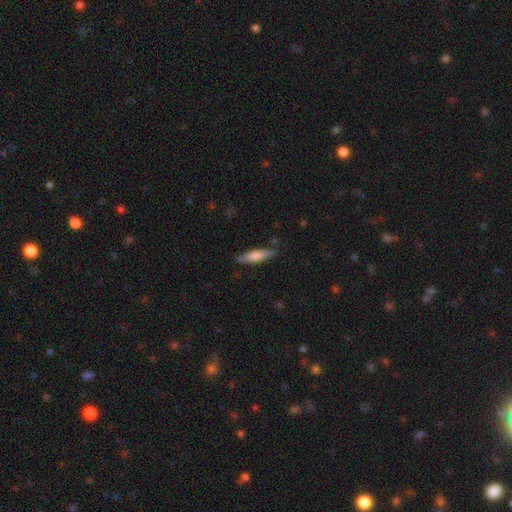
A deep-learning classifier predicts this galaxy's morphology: smooth 63%, featured or disk 32%, star or artifact 6%. Down the decision tree: how rounded — cigar-shaped (73%); merging — none (84%).